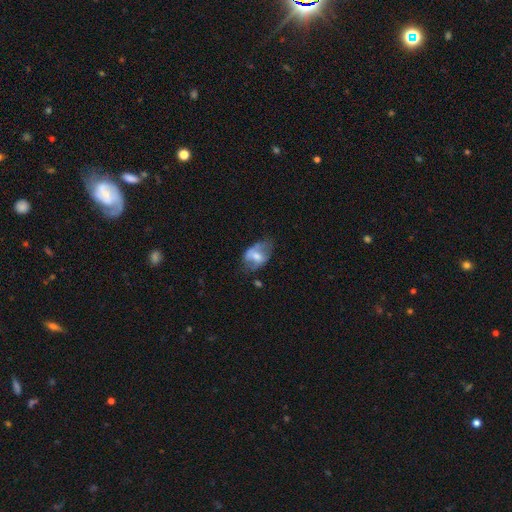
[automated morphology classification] Smooth or featured?
  - featured or disk: 49% *
  - smooth: 44%
  - star or artifact: 8%
Merging?
  - none: 41% *
  - minor disturbance: 32%
  - major disturbance: 22%
  - merger: 5%